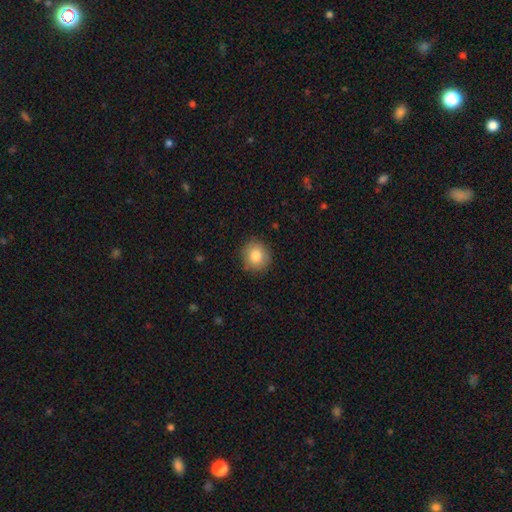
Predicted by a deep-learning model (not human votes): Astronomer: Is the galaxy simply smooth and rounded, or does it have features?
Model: smooth — 82%.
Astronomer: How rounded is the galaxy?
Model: round — 87%.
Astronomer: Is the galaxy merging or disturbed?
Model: none — 87%.